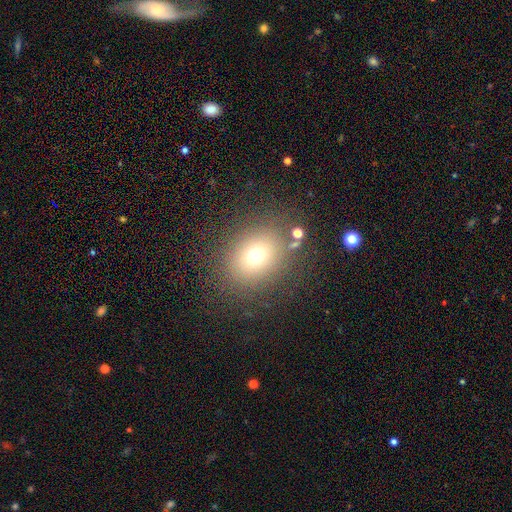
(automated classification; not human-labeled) Smooth or featured?
  - smooth: 70% *
  - star or artifact: 18%
  - featured or disk: 12%
How rounded?
  - round: 60% *
  - in between: 39%
  - cigar-shaped: 1%
Merging?
  - none: 81% *
  - minor disturbance: 10%
  - major disturbance: 6%
  - merger: 3%